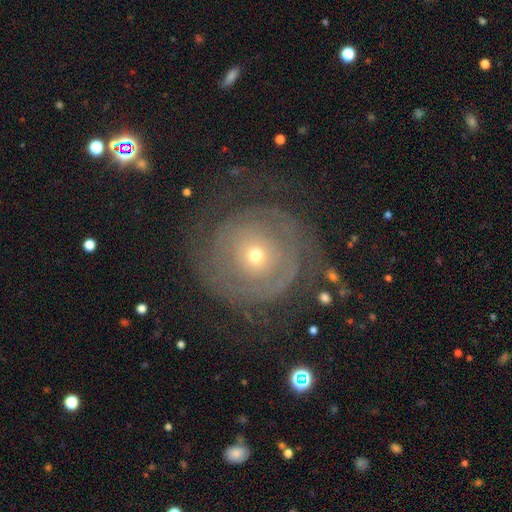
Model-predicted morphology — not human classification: featured or disk 73%, smooth 19%, star or artifact 8%. Down the decision tree: edge-on disk — no (97%); bar — no (85%); spiral arms — yes (79%); spiral arm count — 2 (36%); spiral winding — tight (72%); bulge size — small (65%); merging — none (67%).